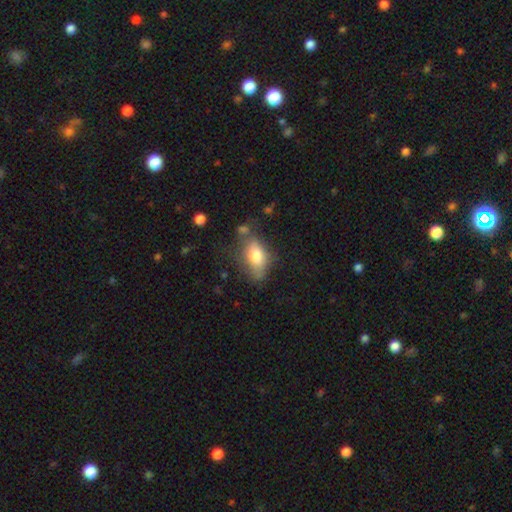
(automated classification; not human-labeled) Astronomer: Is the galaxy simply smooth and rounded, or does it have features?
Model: smooth — 73%.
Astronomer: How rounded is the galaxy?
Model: in between — 88%.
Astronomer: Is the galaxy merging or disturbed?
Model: none — 52% (runner-up: minor disturbance, 28%).